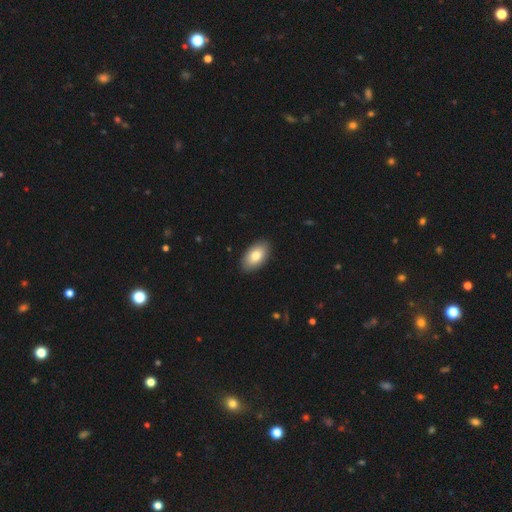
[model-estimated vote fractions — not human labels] A smooth galaxy with no disk features (81%) that is in between round and cigar-shaped (95%).

Vote fractions:
- Smooth or featured? smooth: 81% / featured or disk: 13% / star or artifact: 6%
- How rounded? in between: 95% / round: 4% / cigar-shaped: 2%
- Merging? none: 90% / minor disturbance: 8% / major disturbance: 2% / merger: 1%